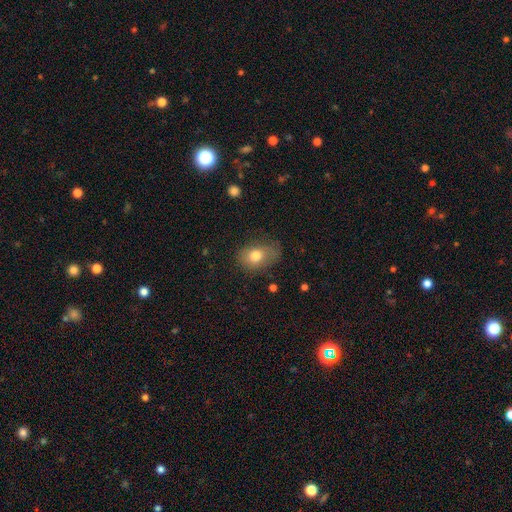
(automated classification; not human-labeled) Smooth or featured? Predicted: smooth (p=0.76). How rounded? Predicted: in between (p=0.75). Merging? Predicted: none (p=0.60).